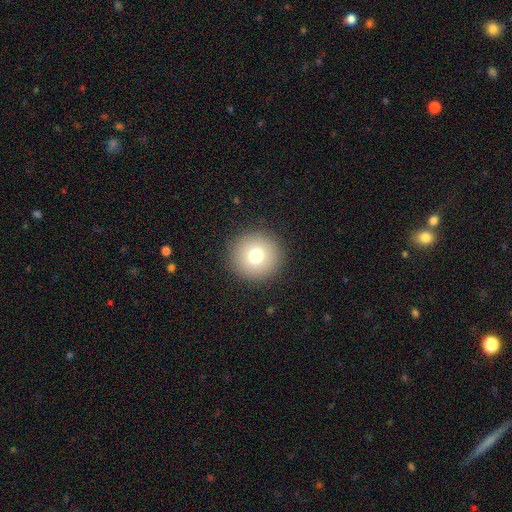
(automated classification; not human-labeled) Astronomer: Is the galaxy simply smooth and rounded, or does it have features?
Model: smooth — 74%.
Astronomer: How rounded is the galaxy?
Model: round — 95%.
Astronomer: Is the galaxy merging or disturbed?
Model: none — 92%.